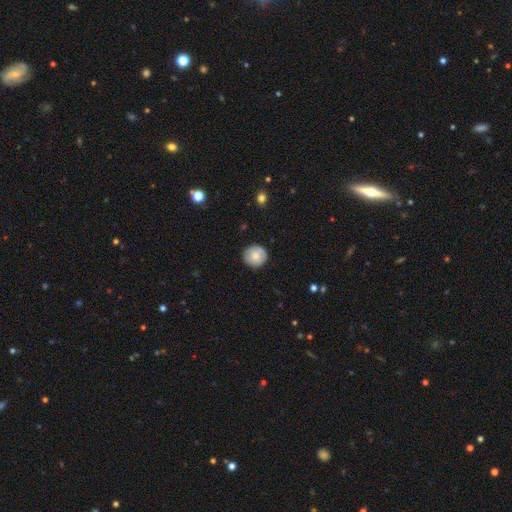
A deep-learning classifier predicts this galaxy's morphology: type=smooth (73%); roundness=round (89%); merging=none (85%).